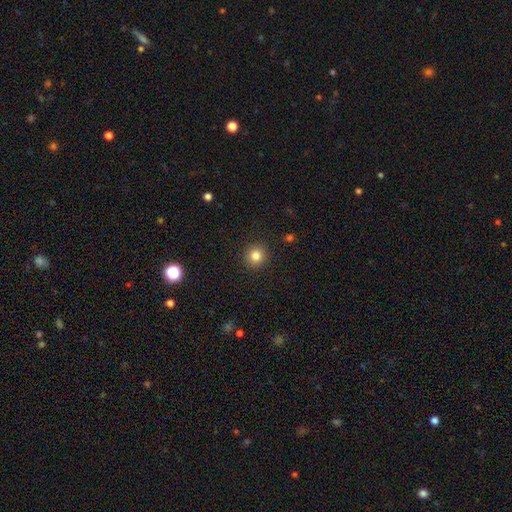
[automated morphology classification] smooth-or-featured: smooth: 83% | star or artifact: 11% | featured or disk: 6%
  how-rounded: round: 92% | in between: 7% | cigar-shaped: 1%
  merging: none: 91% | minor disturbance: 6% | major disturbance: 2% | merger: 1%